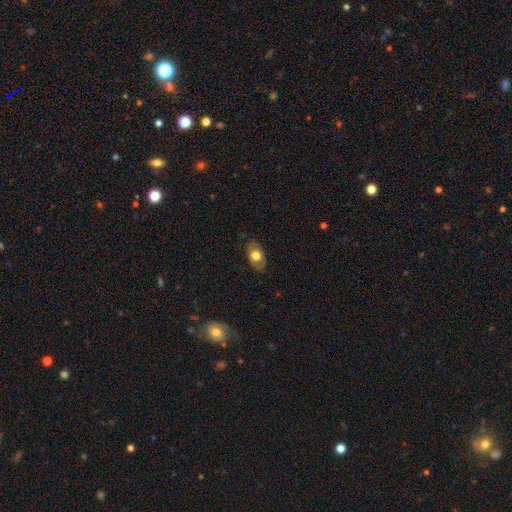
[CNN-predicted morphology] Smooth or featured? Predicted: smooth (p=0.64). How rounded? Predicted: in between (p=0.85). Merging? Predicted: none (p=0.80).